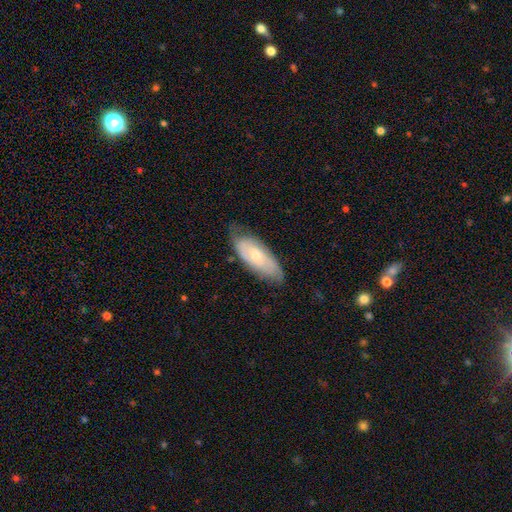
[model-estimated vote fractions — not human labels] Morphology: type=featured or disk (55%); edge-on=no (87%); merging=none (67%).